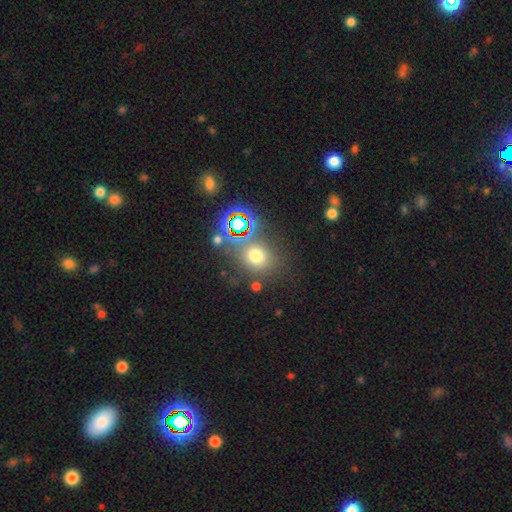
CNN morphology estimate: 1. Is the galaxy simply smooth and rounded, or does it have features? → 61% smooth, 28% star or artifact, 11% featured or disk.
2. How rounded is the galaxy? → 74% round, 25% in between, 1% cigar-shaped.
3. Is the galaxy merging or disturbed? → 69% none, 12% minor disturbance, 12% merger, 7% major disturbance.